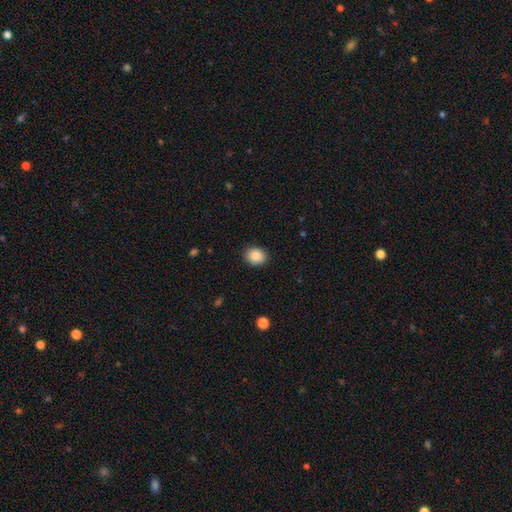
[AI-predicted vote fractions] smooth 87%, star or artifact 8%, featured or disk 5%. Down the decision tree: how rounded — round (56%); merging — none (90%).